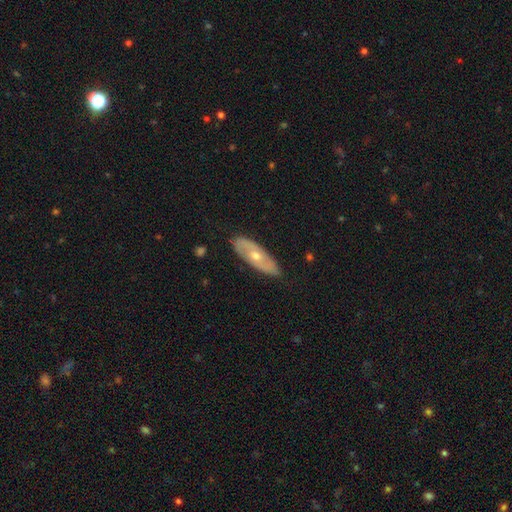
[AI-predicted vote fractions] Smooth or featured: featured or disk — 56% (smooth — 38%)
Edge-on disk: no — 73% (yes — 27%)
Merging: none — 82% (minor disturbance — 14%)